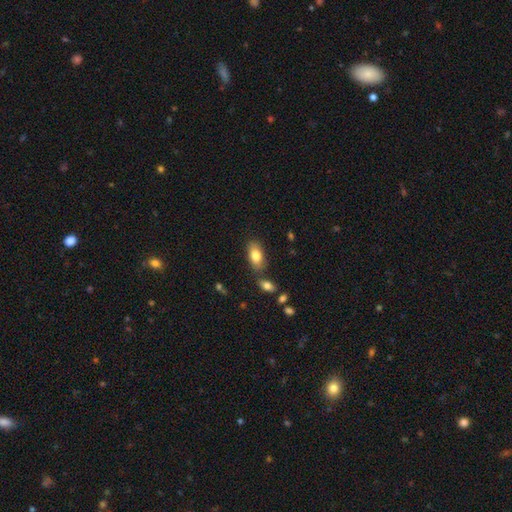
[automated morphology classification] type=smooth (81%); roundness=in between (90%); merging=none (74%).